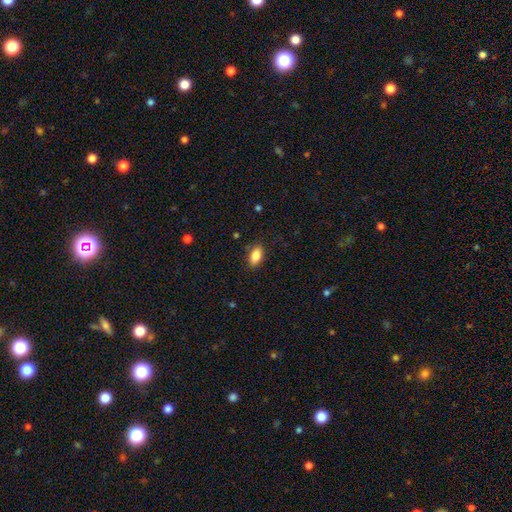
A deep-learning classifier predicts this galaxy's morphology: Smooth or featured: smooth — 85% (star or artifact — 8%)
How rounded: in between — 90% (round — 6%)
Merging: none — 86% (minor disturbance — 11%)